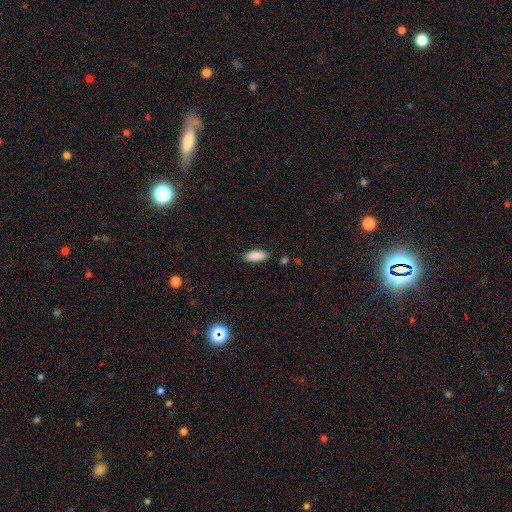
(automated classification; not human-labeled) This appears to be a smooth galaxy with no disk features (89%) that is in between round and cigar-shaped (80%). Merging: none (85%).